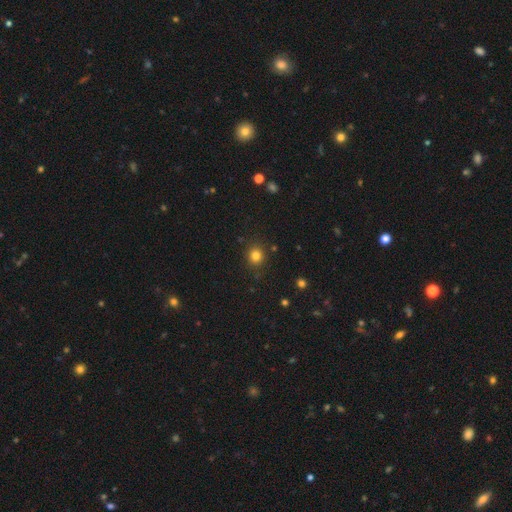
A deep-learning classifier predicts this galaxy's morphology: smooth-or-featured: smooth: 81% | star or artifact: 14% | featured or disk: 5%
  how-rounded: round: 87% | in between: 12% | cigar-shaped: 1%
  merging: none: 88% | minor disturbance: 8% | major disturbance: 3% | merger: 2%